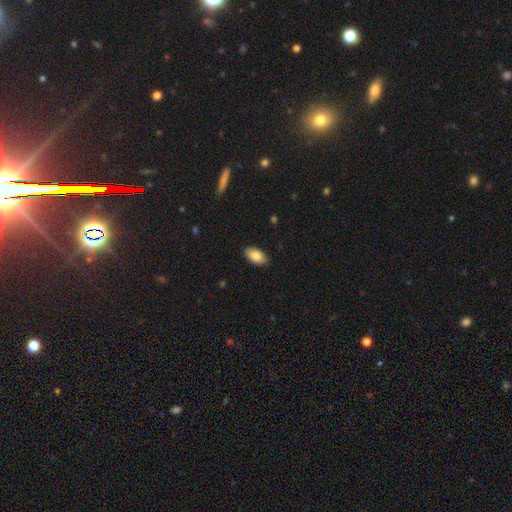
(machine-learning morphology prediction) Smooth or featured?
  - smooth: 84% *
  - featured or disk: 10%
  - star or artifact: 7%
How rounded?
  - in between: 94% *
  - round: 3%
  - cigar-shaped: 2%
Merging?
  - none: 88% *
  - minor disturbance: 9%
  - major disturbance: 2%
  - merger: 1%